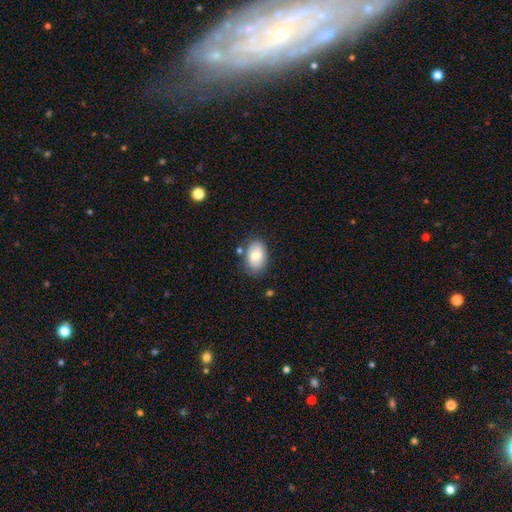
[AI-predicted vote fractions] Smooth or featured? Predicted: smooth (p=0.75). How rounded? Predicted: in between (p=0.86). Merging? Predicted: none (p=0.76).